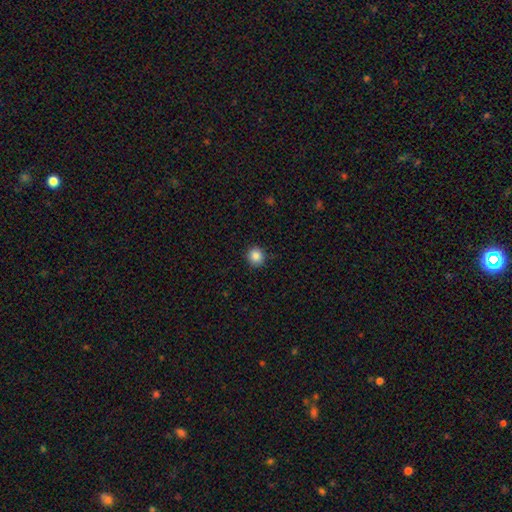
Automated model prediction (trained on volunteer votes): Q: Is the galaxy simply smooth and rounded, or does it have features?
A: smooth — 86%.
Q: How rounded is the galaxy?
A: round — 92%.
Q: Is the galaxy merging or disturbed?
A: none — 91%.